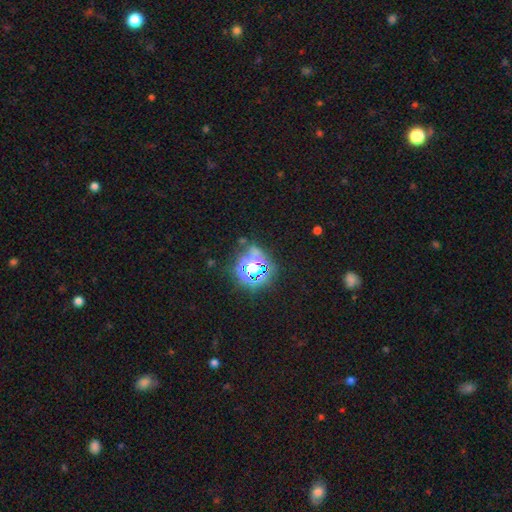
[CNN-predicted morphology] This is likely a star or artifact rather than a galaxy (66%).